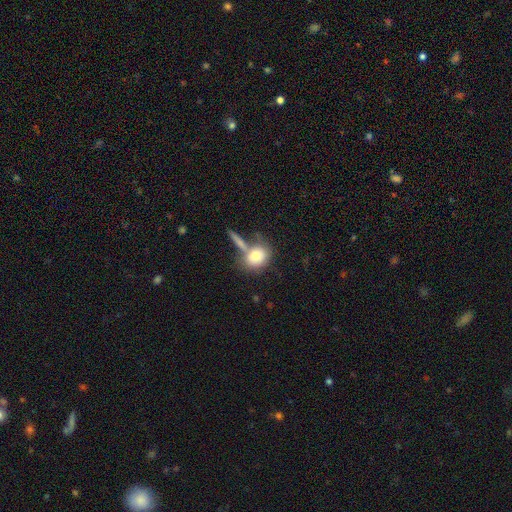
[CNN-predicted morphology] A smooth galaxy with no disk features (77%) that is round (51%). Merging: none (45%).